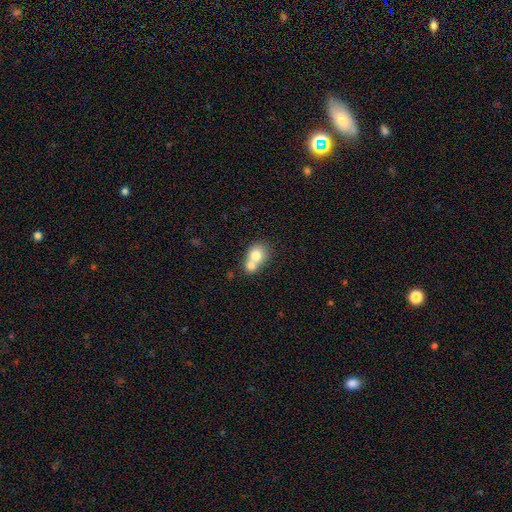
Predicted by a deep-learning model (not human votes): Smooth or featured? smooth (74%)
How rounded? round (66%)
Merging? merger (66%)